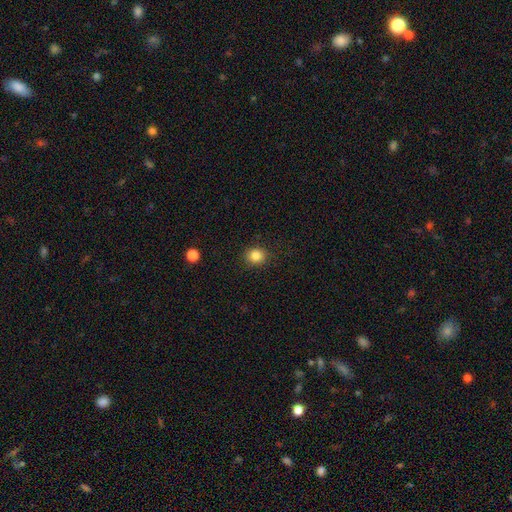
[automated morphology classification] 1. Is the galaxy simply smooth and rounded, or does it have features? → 84% smooth, 11% star or artifact, 5% featured or disk.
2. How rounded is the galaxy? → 82% round, 17% in between, 1% cigar-shaped.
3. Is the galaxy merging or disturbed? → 89% none, 8% minor disturbance, 2% major disturbance, 1% merger.